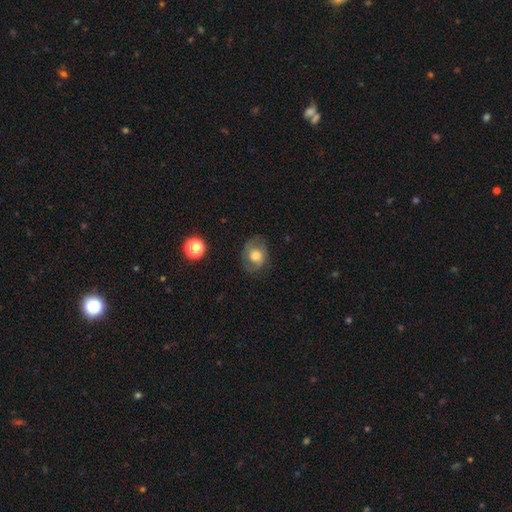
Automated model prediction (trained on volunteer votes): A featured or disk galaxy (50%). Merging: none (71%).